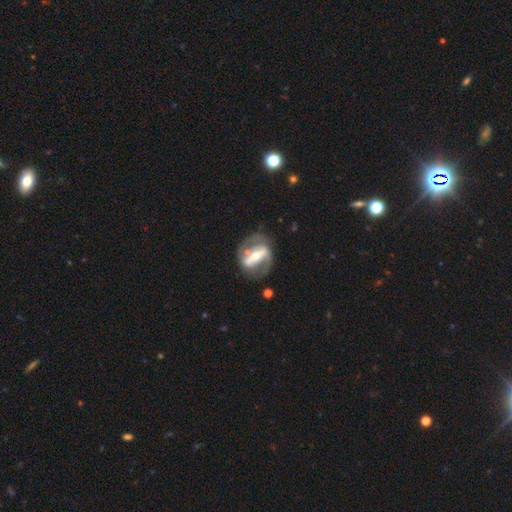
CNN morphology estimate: type=featured or disk (81%); edge-on=no (90%); bar=strong (76%); spiral arms=yes (65%); bulge=moderate (54%); merging=none (70%).